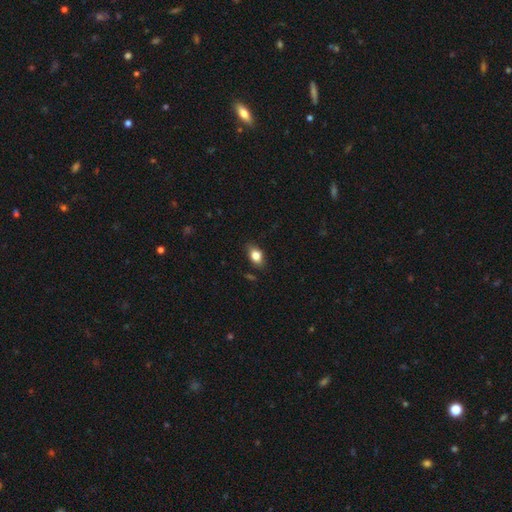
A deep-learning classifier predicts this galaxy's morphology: This appears to be a smooth galaxy with no disk features (79%) that is in between round and cigar-shaped (81%). Merging: none (80%).